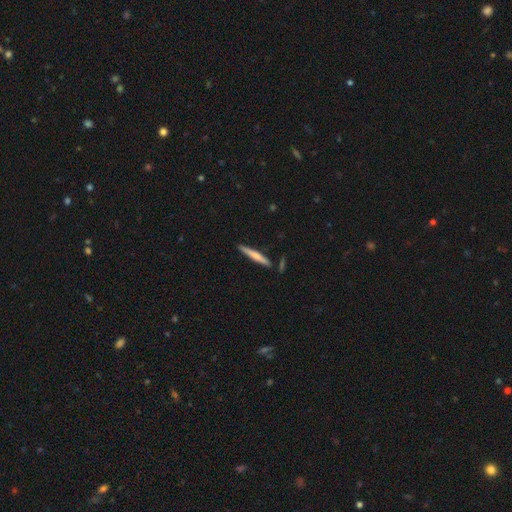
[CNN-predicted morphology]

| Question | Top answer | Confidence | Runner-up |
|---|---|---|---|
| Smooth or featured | smooth | 56% | featured or disk (39%) |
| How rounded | cigar-shaped | 95% | in between (4%) |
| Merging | none | 87% | minor disturbance (8%) |